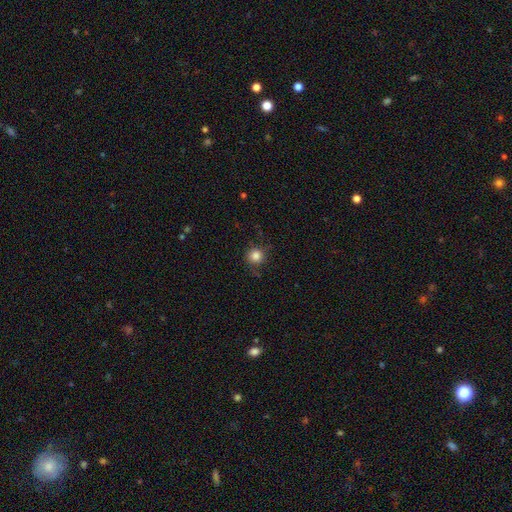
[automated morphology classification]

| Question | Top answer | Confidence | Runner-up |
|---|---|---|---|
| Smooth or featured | smooth | 84% | star or artifact (11%) |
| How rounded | round | 92% | in between (7%) |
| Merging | none | 79% | minor disturbance (15%) |